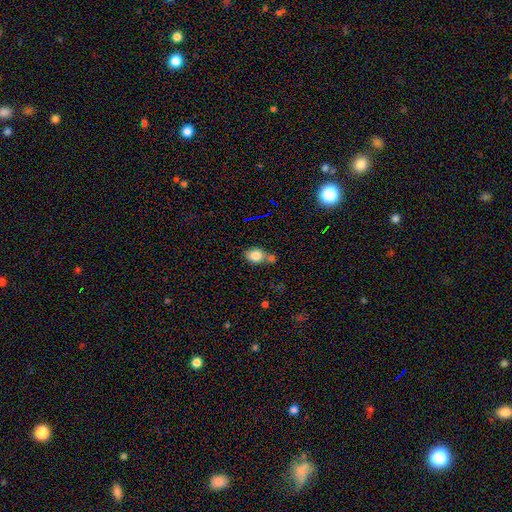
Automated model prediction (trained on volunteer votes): Q: Smooth or featured?
A: smooth (81%); runner-up: star or artifact (10%)
Q: How rounded?
A: in between (52%); runner-up: round (46%)
Q: Merging?
A: none (49%); runner-up: merger (32%)